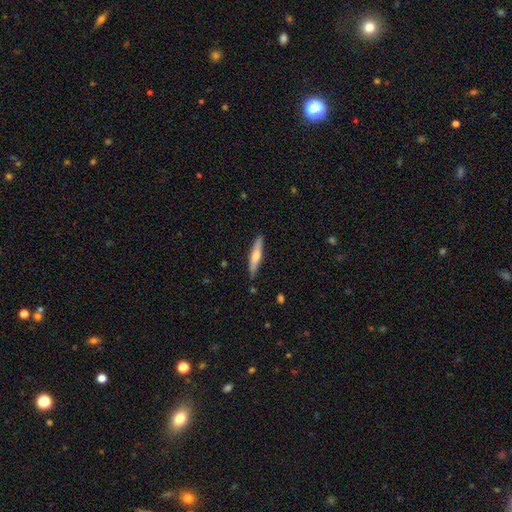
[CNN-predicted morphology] A smooth galaxy with no disk features (49%). Merging: none (88%).